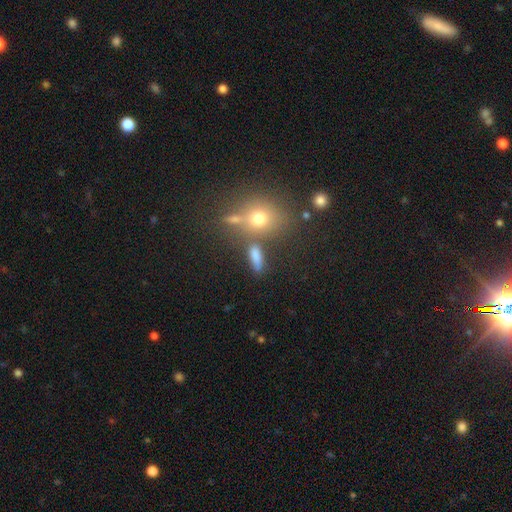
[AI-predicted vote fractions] smooth_or_featured: smooth (p=0.75) [alt: star or artifact p=0.15]
how_rounded: in between (p=0.49) [alt: cigar-shaped p=0.34]
merging: none (p=0.66) [alt: merger p=0.14]